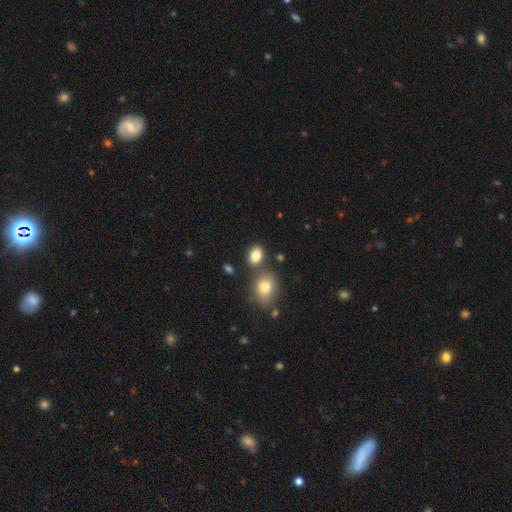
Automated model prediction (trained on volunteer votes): Smooth or featured?
  - smooth: 83% *
  - star or artifact: 10%
  - featured or disk: 7%
How rounded?
  - in between: 65% *
  - round: 33%
  - cigar-shaped: 1%
Merging?
  - none: 71% *
  - merger: 15%
  - minor disturbance: 11%
  - major disturbance: 3%